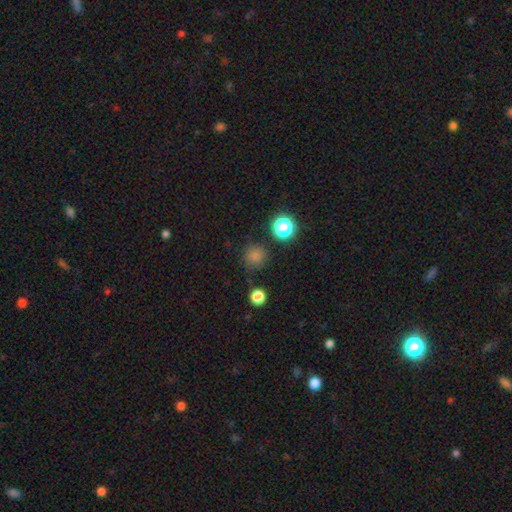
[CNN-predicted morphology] smooth-or-featured: smooth: 73% | star or artifact: 21% | featured or disk: 5%
  how-rounded: round: 93% | in between: 6% | cigar-shaped: 1%
  merging: none: 80% | minor disturbance: 12% | major disturbance: 4% | merger: 4%